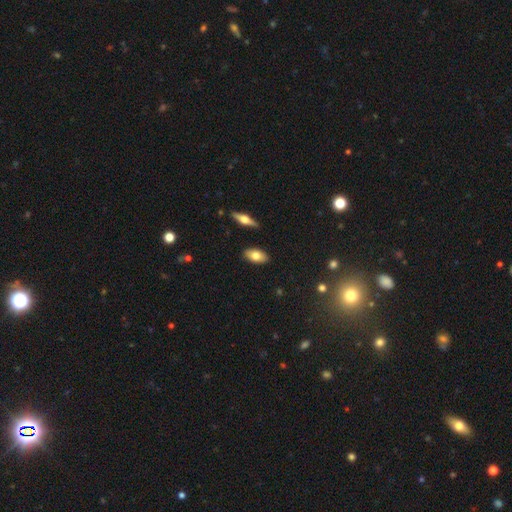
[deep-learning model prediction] Smooth or featured? Predicted: smooth (p=0.74). How rounded? Predicted: in between (p=0.90). Merging? Predicted: none (p=0.87).